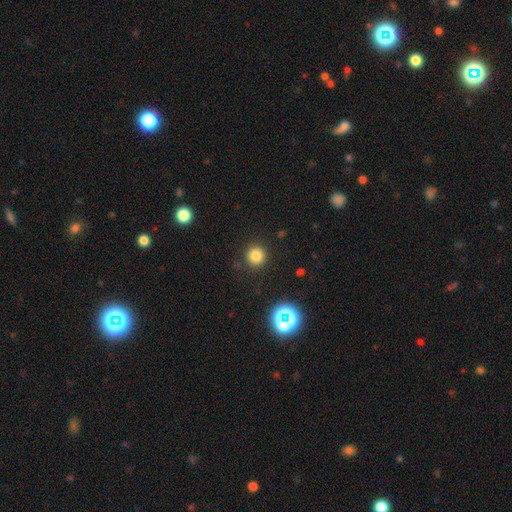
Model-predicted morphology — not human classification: Smooth or featured: smooth — 80% (star or artifact — 15%)
How rounded: round — 94% (in between — 5%)
Merging: none — 90% (minor disturbance — 6%)